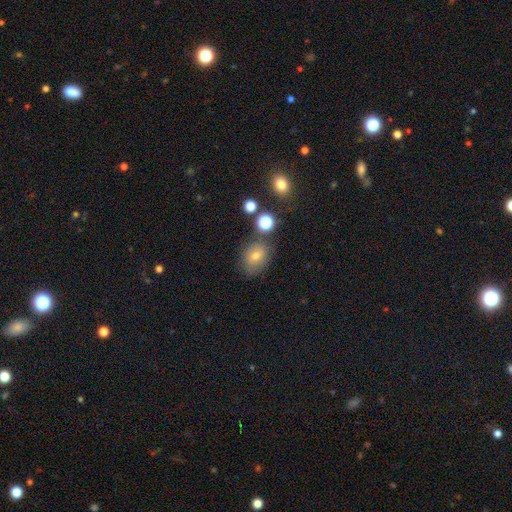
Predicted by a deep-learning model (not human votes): smooth 67%, star or artifact 17%, featured or disk 16%. Down the decision tree: how rounded — round (51%); merging — none (73%).